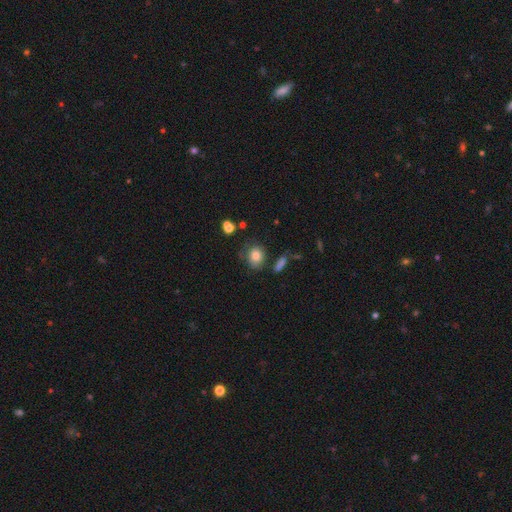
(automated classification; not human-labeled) Overall: smooth (78%). How rounded: round (63%; in between 36%). Merging: none (63%; minor disturbance 23%).